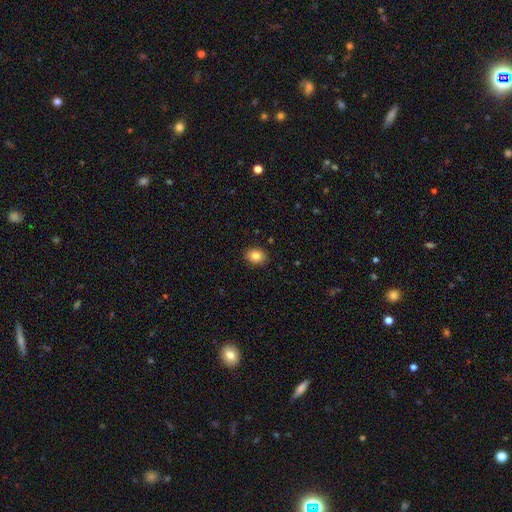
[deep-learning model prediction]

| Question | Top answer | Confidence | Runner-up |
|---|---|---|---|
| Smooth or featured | smooth | 84% | star or artifact (9%) |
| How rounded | in between | 58% | round (41%) |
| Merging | none | 89% | minor disturbance (8%) |